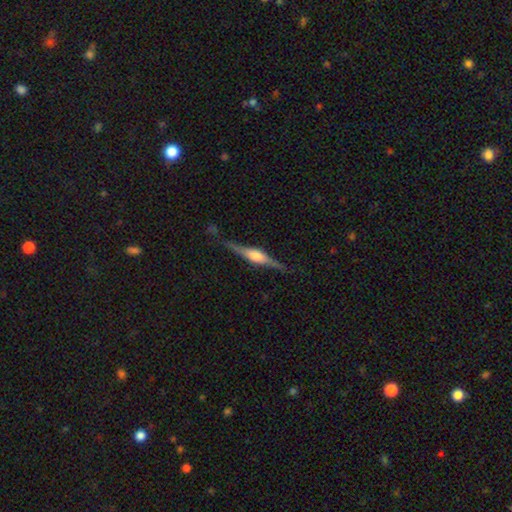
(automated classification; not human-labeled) This is likely a featured or disk galaxy (79%). It is clearly viewed edge-on (97%). Edge-on bulge: clearly rounded (82%). Merging: clearly none (84%).